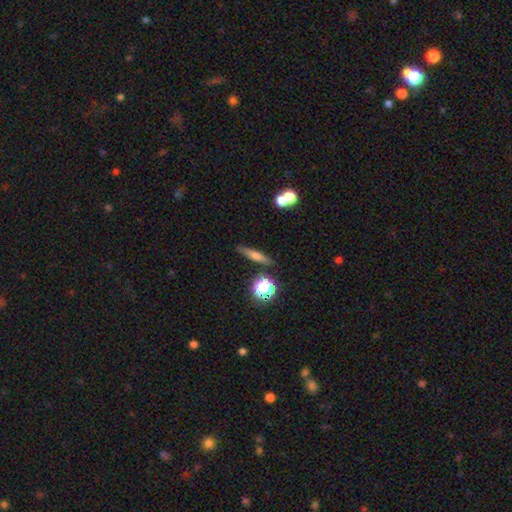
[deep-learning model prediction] This appears to be a smooth galaxy with no disk features (53%) that is cigar-shaped (78%). Merging: none (82%).